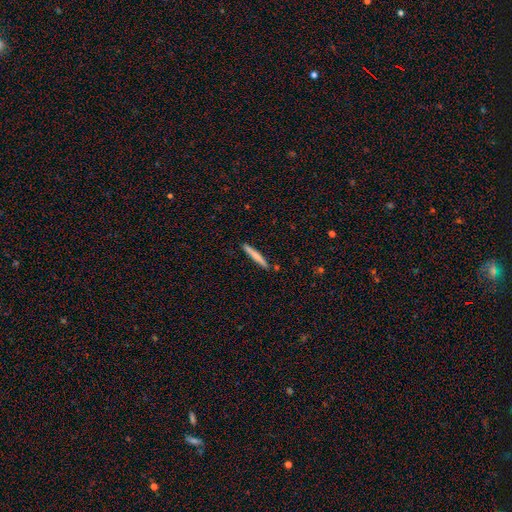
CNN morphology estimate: Smooth or featured? smooth (71%)
How rounded? cigar-shaped (96%)
Merging? none (88%)